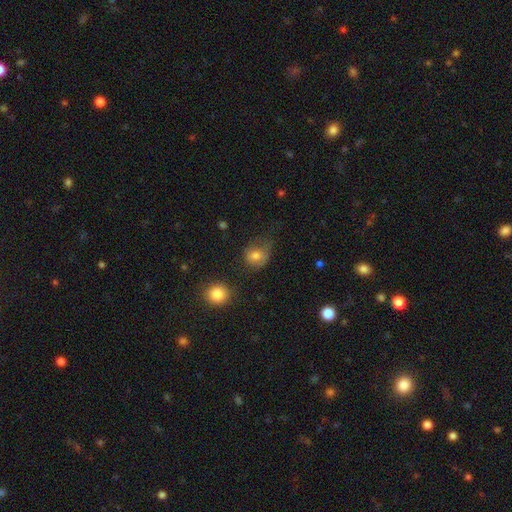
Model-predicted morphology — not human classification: Smooth or featured? Predicted: smooth (p=0.74). How rounded? Predicted: round (p=0.67). Merging? Predicted: none (p=0.40).